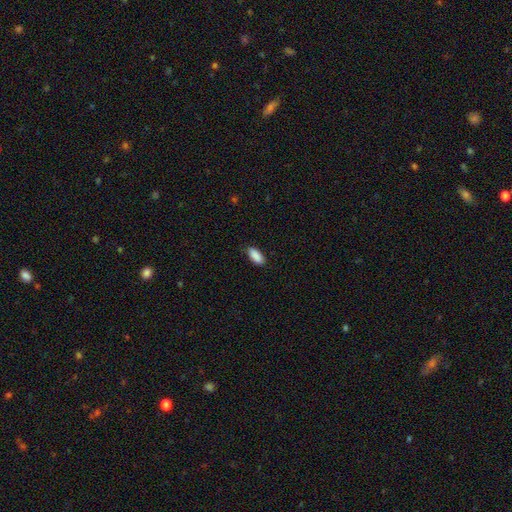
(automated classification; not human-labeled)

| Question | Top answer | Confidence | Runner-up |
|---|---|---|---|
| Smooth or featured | smooth | 90% | star or artifact (6%) |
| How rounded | in between | 87% | cigar-shaped (11%) |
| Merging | none | 84% | minor disturbance (12%) |